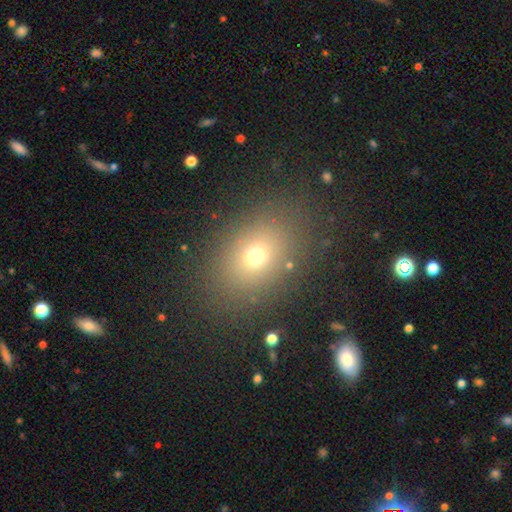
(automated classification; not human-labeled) This appears to be a smooth galaxy with no disk features (69%) that is in between round and cigar-shaped (62%). Merging: none (83%).